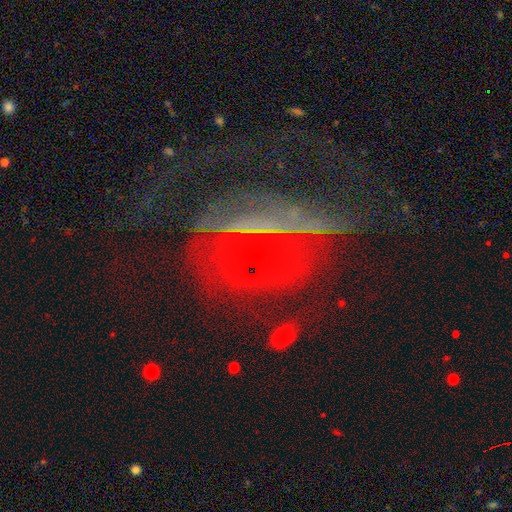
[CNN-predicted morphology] The model was most divided on "smooth or featured": star or artifact: 47%, featured or disk: 31%, smooth: 22%.